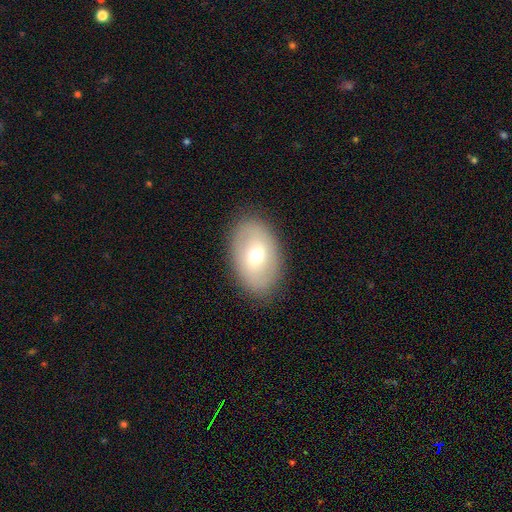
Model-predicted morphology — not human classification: smooth-or-featured: smooth: 59% | featured or disk: 32% | star or artifact: 8%
  how-rounded: in between: 86% | round: 13% | cigar-shaped: 1%
  merging: none: 86% | minor disturbance: 10% | major disturbance: 3% | merger: 1%